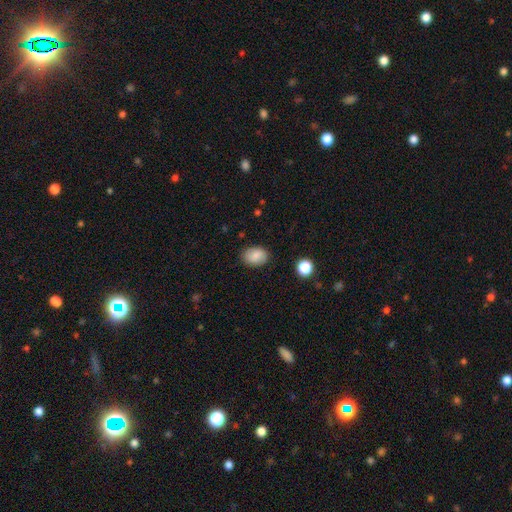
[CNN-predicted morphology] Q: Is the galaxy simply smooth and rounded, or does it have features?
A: smooth — 84%.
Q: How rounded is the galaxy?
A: in between — 72%.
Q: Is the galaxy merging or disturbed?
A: none — 84%.